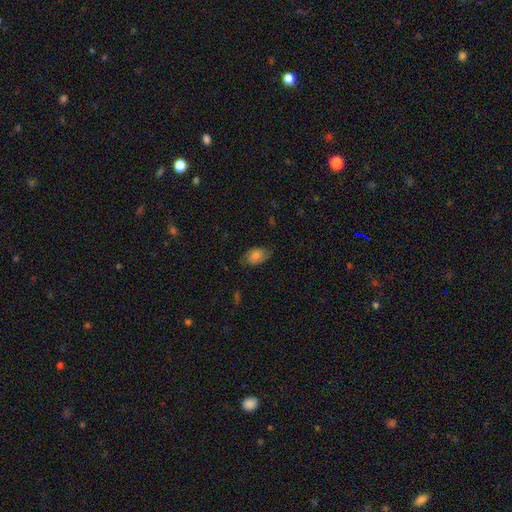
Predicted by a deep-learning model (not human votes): smooth 75%, featured or disk 18%, star or artifact 8%. Down the decision tree: how rounded — in between (88%); merging — none (70%).